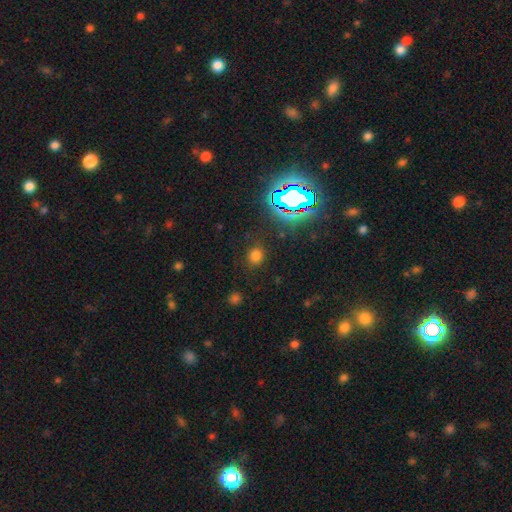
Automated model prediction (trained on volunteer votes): This appears to be a smooth galaxy with no disk features (67%) that is round (76%). Merging: none (85%).